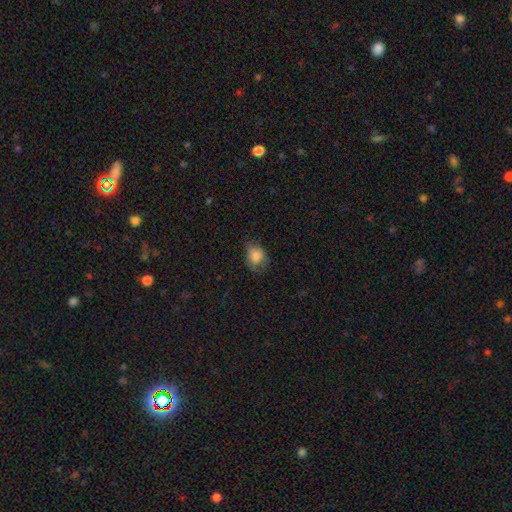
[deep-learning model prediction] A smooth galaxy with no disk features (83%) that is in between round and cigar-shaped (56%). Merging: none (57%).